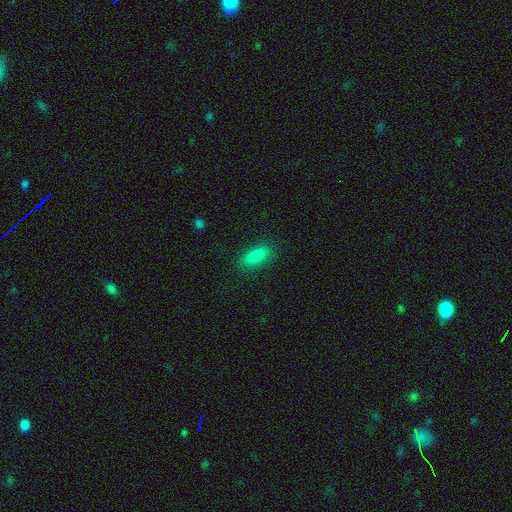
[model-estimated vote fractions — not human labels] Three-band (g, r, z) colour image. It shows a smooth galaxy with no disk features (85%) that is in between round and cigar-shaped (80%). Merging: none (86%).